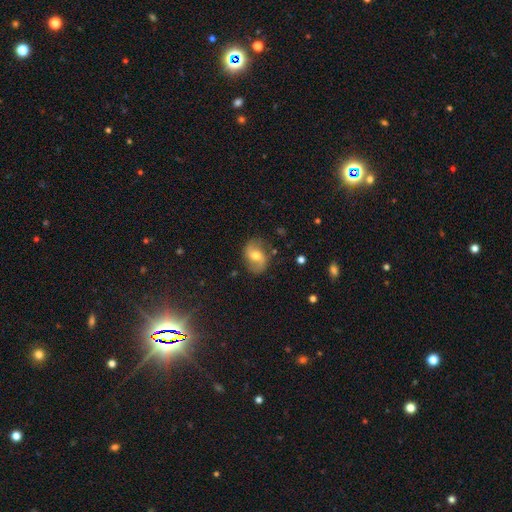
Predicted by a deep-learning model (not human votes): Smooth or featured? Predicted: featured or disk (p=0.72). Edge-on disk? Predicted: no (p=0.97). Bar? Predicted: no (p=0.47). Spiral arms? Predicted: yes (p=0.90). Spiral winding? Predicted: loose (p=0.56). Spiral arm count? Predicted: 2 (p=0.91). Bulge size? Predicted: moderate (p=0.69). Merging? Predicted: none (p=0.79).